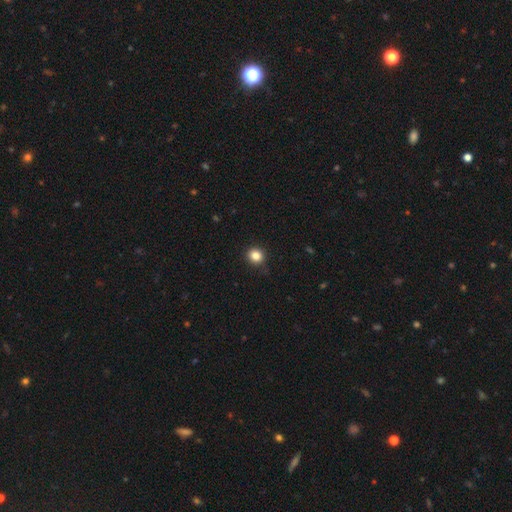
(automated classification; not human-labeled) This is clearly a smooth galaxy (84%). How rounded: clearly round (84%). Merging: clearly none (89%).